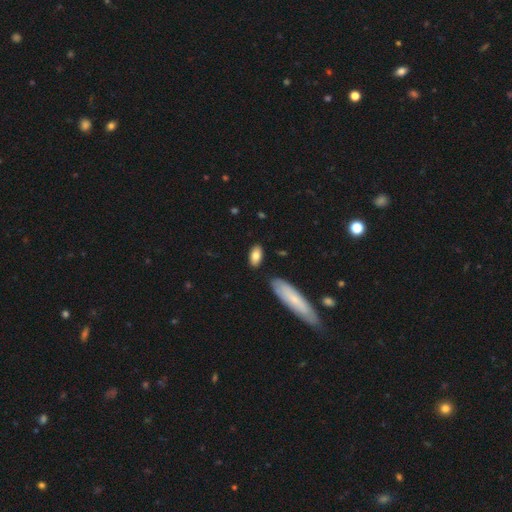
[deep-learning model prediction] A smooth galaxy with no disk features (81%) that is in between round and cigar-shaped (87%). Merging: none (83%).